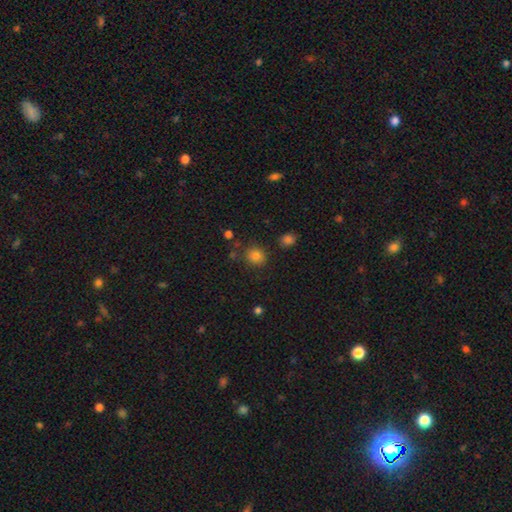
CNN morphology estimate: Smooth or featured? smooth (81%)
How rounded? round (80%)
Merging? none (80%)